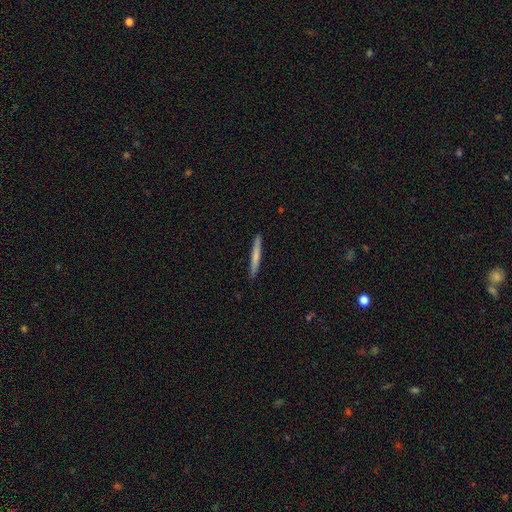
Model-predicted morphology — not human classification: smooth 68%, featured or disk 26%, star or artifact 5%. Down the decision tree: how rounded — cigar-shaped (96%); merging — none (90%).